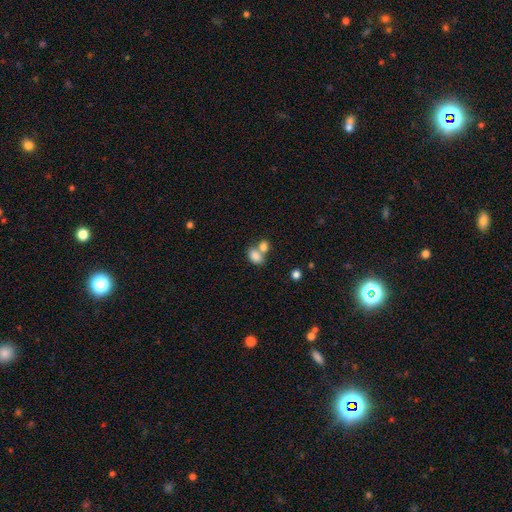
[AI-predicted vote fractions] This is clearly a smooth galaxy (82%). How rounded: likely in between (79%). Merging: possibly merger (55%).